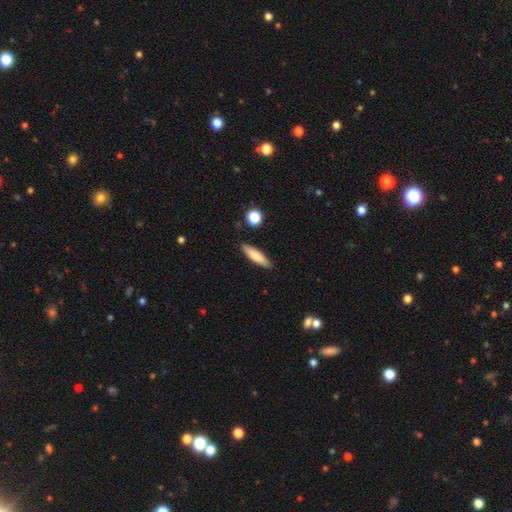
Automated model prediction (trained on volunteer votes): Smooth or featured?
  - smooth: 77% *
  - featured or disk: 17%
  - star or artifact: 6%
How rounded?
  - cigar-shaped: 68% *
  - in between: 30%
  - round: 2%
Merging?
  - none: 88% *
  - minor disturbance: 8%
  - merger: 2%
  - major disturbance: 2%